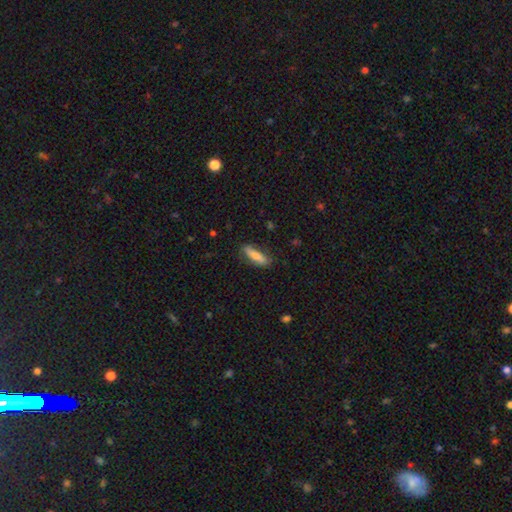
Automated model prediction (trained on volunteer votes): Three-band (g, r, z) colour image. It shows a smooth galaxy with no disk features (70%) that is cigar-shaped (55%). Merging: none (73%).